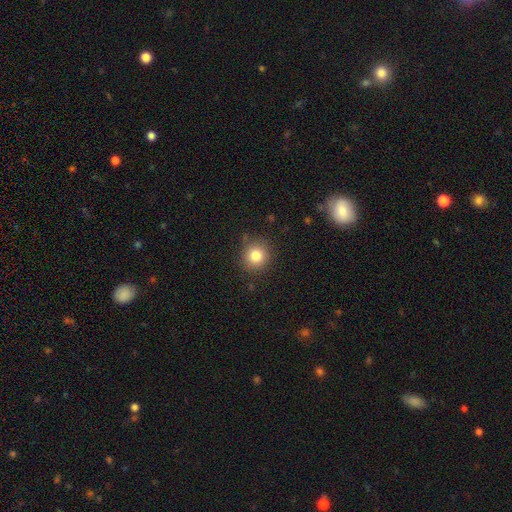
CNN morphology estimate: This is clearly a smooth galaxy (82%). How rounded: clearly round (92%). Merging: clearly none (87%).